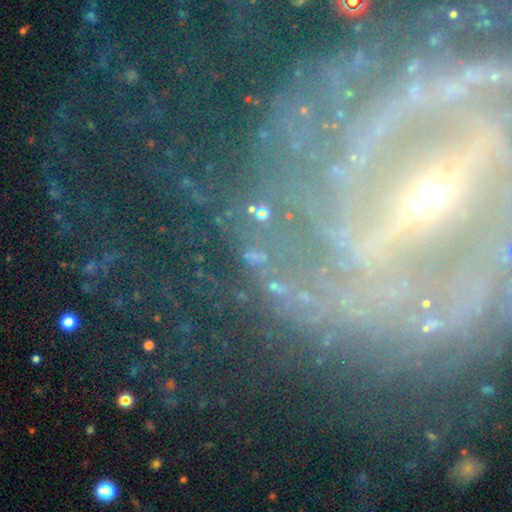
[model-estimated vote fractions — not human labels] Smooth or featured? star or artifact (52%)